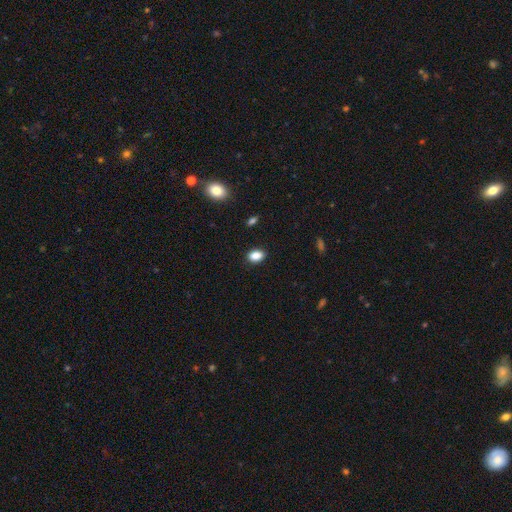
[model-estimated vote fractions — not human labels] smooth_or_featured: smooth (p=0.87) [alt: star or artifact p=0.09]
how_rounded: in between (p=0.81) [alt: round p=0.17]
merging: none (p=0.87) [alt: minor disturbance p=0.09]